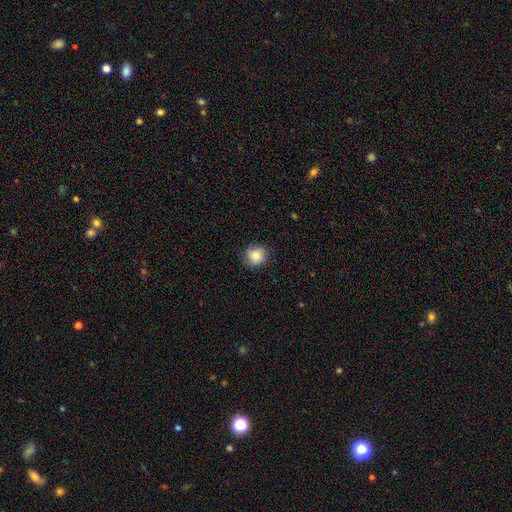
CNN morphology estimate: The model was most divided on "merging": none: 81%, minor disturbance: 15%, major disturbance: 3%, merger: 1%. More confident: how rounded — round (85%); smooth or featured — smooth (85%).